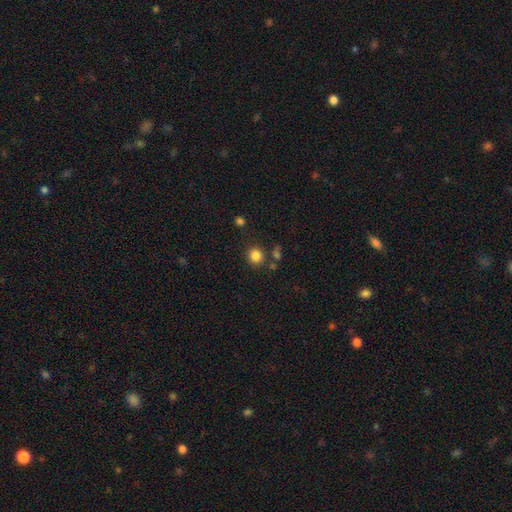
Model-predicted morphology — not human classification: A smooth galaxy with no disk features (84%) that is round (90%).

Vote fractions:
- Smooth or featured? smooth: 84% / star or artifact: 11% / featured or disk: 5%
- How rounded? round: 90% / in between: 9% / cigar-shaped: 1%
- Merging? none: 81% / minor disturbance: 9% / merger: 7% / major disturbance: 3%